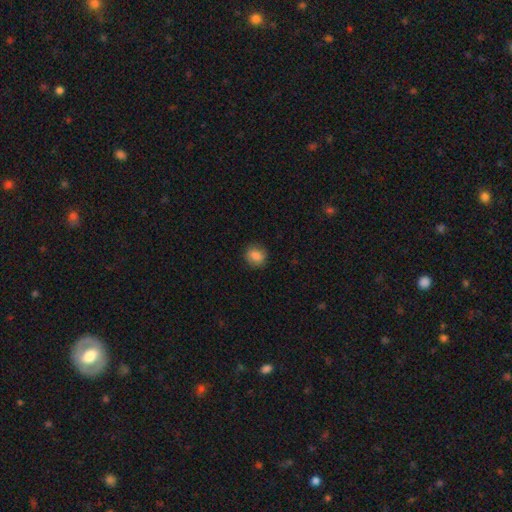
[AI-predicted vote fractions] This appears to be a smooth galaxy with no disk features (83%) that is round (82%). Merging: none (88%).